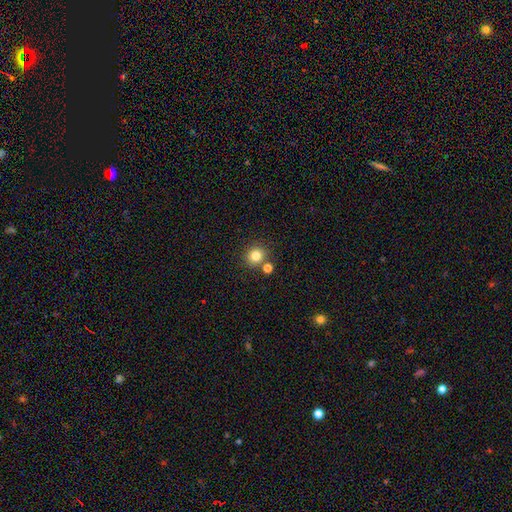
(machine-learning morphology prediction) This appears to be a smooth galaxy with no disk features (81%) that is round (90%). Merging: none (77%).